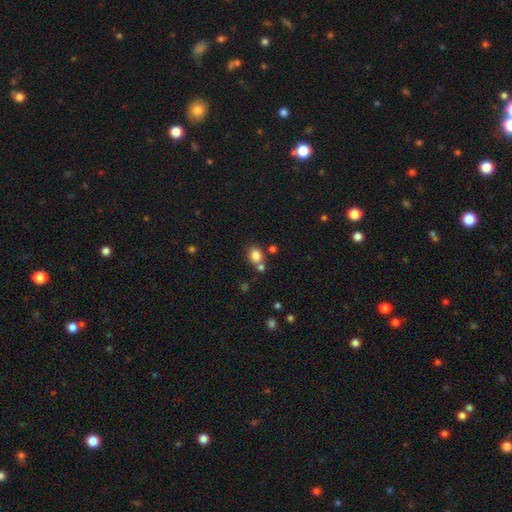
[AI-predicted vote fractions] Smooth or featured? smooth (83%)
How rounded? round (59%)
Merging? none (64%)